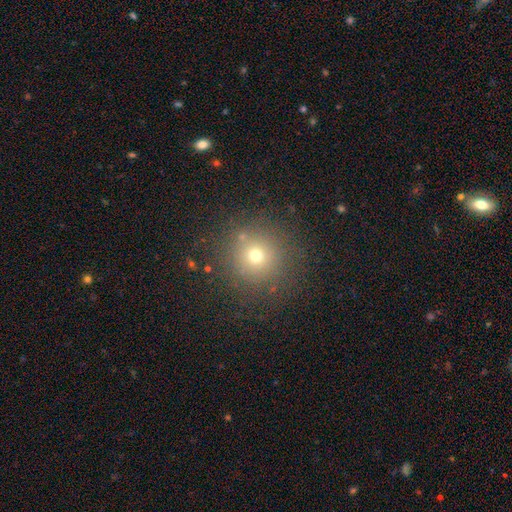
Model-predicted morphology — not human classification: Smooth or featured? smooth (67%)
How rounded? round (94%)
Merging? none (85%)